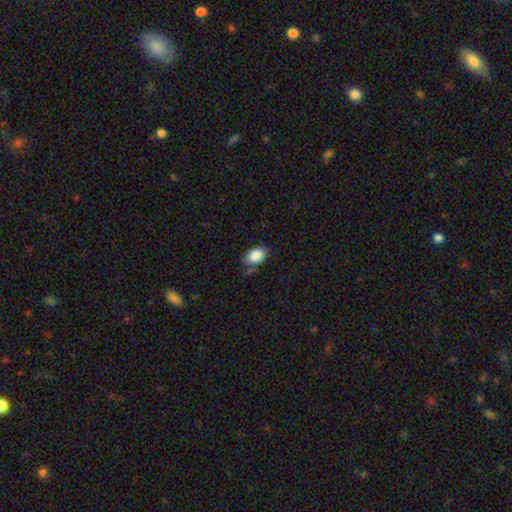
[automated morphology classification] smooth_or_featured: smooth (p=0.88) [alt: star or artifact p=0.08]
how_rounded: in between (p=0.83) [alt: round p=0.16]
merging: none (p=0.69) [alt: minor disturbance p=0.21]